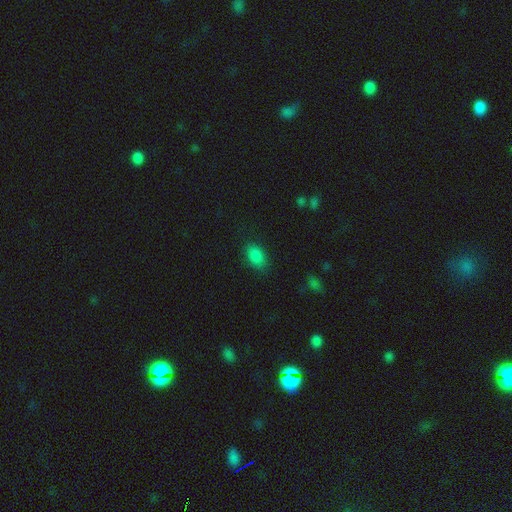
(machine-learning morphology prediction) Smooth or featured? smooth (86%)
How rounded? in between (88%)
Merging? none (83%)